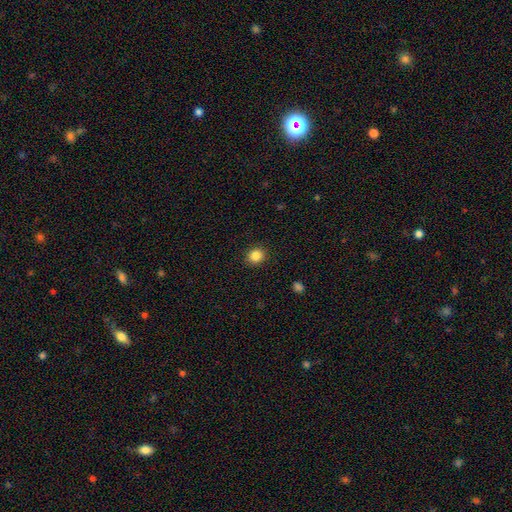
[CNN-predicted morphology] Q: Smooth or featured?
A: smooth (85%); runner-up: star or artifact (11%)
Q: How rounded?
A: round (84%); runner-up: in between (15%)
Q: Merging?
A: none (91%); runner-up: minor disturbance (6%)